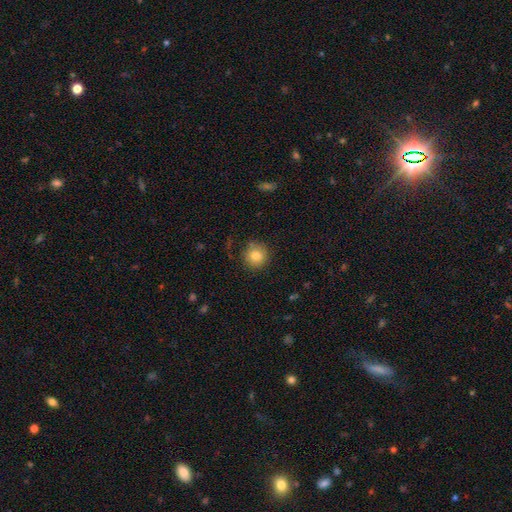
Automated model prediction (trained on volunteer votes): Smooth or featured? Predicted: smooth (p=0.80). How rounded? Predicted: round (p=0.93). Merging? Predicted: none (p=0.85).